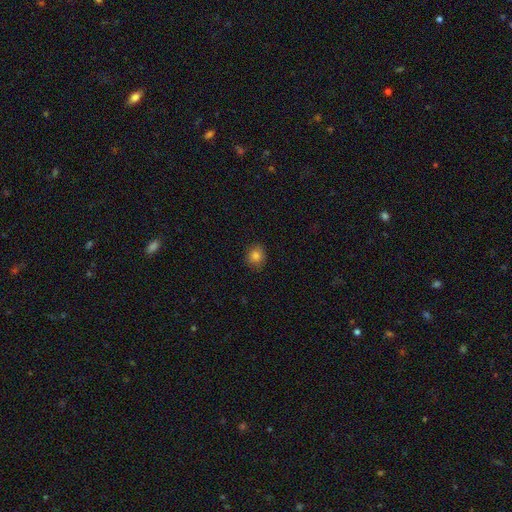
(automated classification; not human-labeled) smooth-or-featured: smooth: 82% | star or artifact: 12% | featured or disk: 7%
  how-rounded: round: 82% | in between: 17% | cigar-shaped: 1%
  merging: none: 84% | minor disturbance: 13% | major disturbance: 2% | merger: 1%